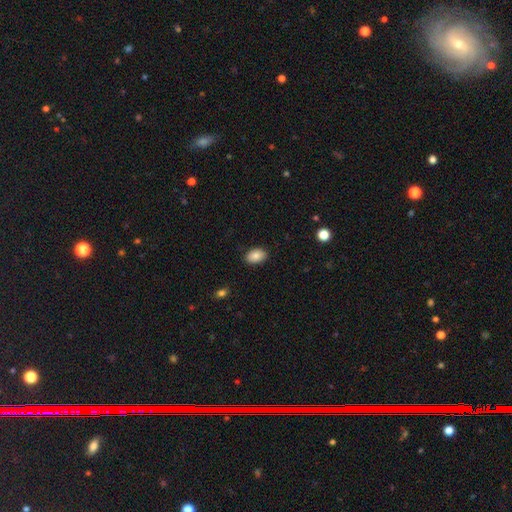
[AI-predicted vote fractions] Smooth or featured? smooth (86%)
How rounded? in between (87%)
Merging? none (87%)